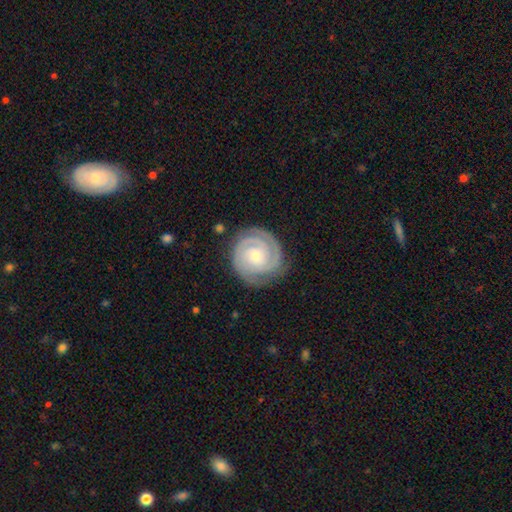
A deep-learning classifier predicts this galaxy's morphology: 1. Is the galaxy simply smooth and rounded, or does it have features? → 89% featured or disk, 6% smooth, 4% star or artifact.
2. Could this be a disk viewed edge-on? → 98% no, 2% yes.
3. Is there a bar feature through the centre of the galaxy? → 70% no, 23% weak, 7% strong.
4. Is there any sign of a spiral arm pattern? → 98% yes, 2% no.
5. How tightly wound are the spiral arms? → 83% tight, 15% medium, 2% loose.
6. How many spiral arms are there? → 66% 2, 19% 3, 7% can't tell, 3% 4, 3% 1, 3% more than 4.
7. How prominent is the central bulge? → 63% small, 33% moderate, 2% none, 1% large, 1% dominant.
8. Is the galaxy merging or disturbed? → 83% none, 12% minor disturbance, 3% major disturbance, 1% merger.